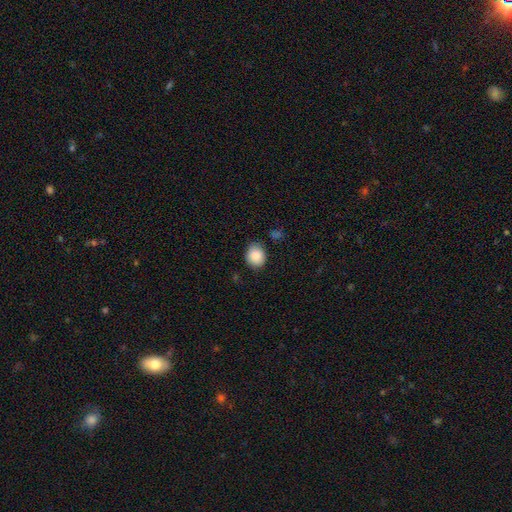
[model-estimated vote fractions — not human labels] Smooth or featured?
  - smooth: 88% *
  - star or artifact: 8%
  - featured or disk: 4%
How rounded?
  - round: 60% *
  - in between: 39%
  - cigar-shaped: 1%
Merging?
  - none: 78% *
  - minor disturbance: 16%
  - major disturbance: 3%
  - merger: 2%